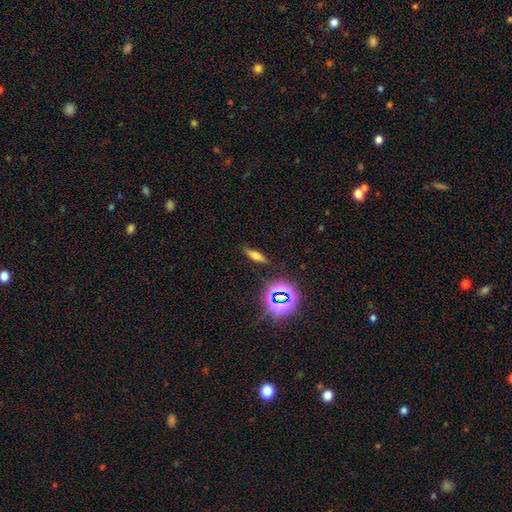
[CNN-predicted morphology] Smooth or featured: smooth — 52% (featured or disk — 28%)
How rounded: cigar-shaped — 52% (in between — 40%)
Merging: none — 85% (minor disturbance — 10%)